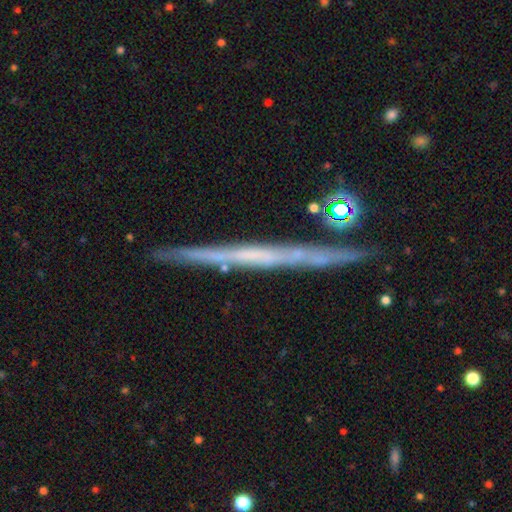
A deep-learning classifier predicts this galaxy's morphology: Smooth or featured?
  - featured or disk: 69% *
  - smooth: 23%
  - star or artifact: 8%
Edge-on disk?
  - yes: 97% *
  - no: 3%
Edge-on bulge?
  - none: 87% *
  - rounded: 9%
  - boxy: 5%
Merging?
  - none: 87% *
  - minor disturbance: 9%
  - merger: 2%
  - major disturbance: 2%